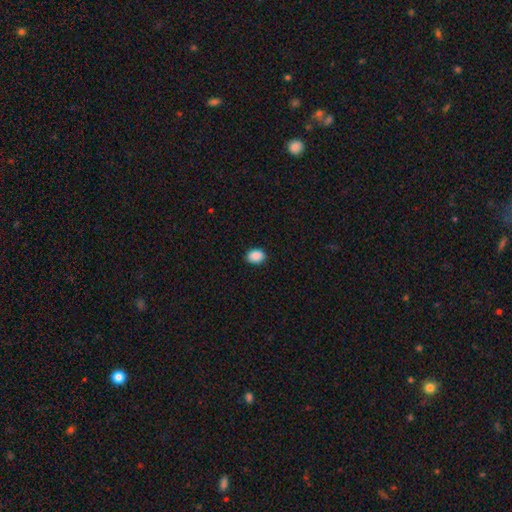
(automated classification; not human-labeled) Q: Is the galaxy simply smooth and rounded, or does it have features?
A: smooth — 90%.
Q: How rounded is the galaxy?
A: in between — 72%.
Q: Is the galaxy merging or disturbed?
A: none — 88%.